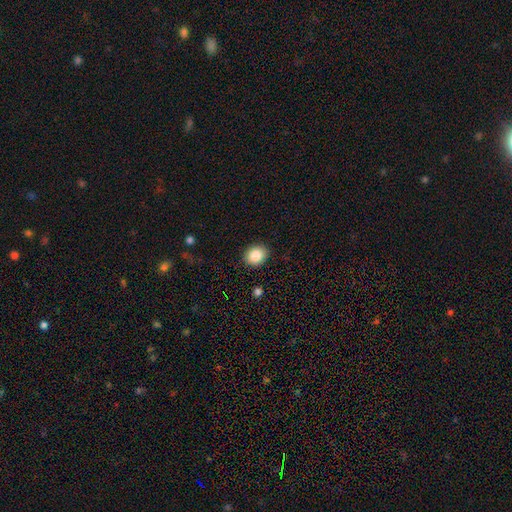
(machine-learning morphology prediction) A smooth galaxy with no disk features (87%) that is round (52%).

Vote fractions:
- Smooth or featured? smooth: 87% / star or artifact: 8% / featured or disk: 5%
- How rounded? round: 52% / in between: 47% / cigar-shaped: 1%
- Merging? none: 89% / minor disturbance: 7% / major disturbance: 2% / merger: 1%